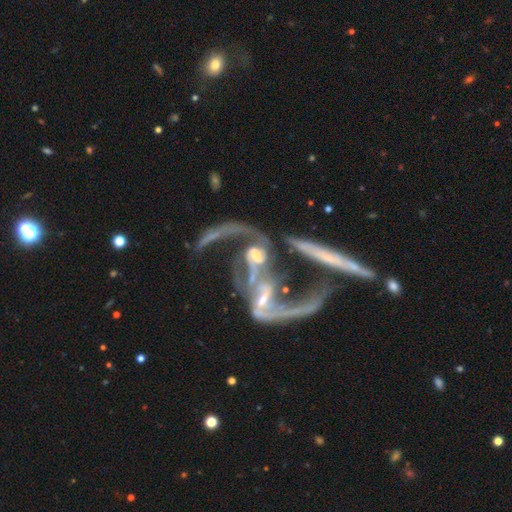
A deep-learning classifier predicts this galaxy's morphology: Smooth or featured? Predicted: featured or disk (p=0.77). Edge-on disk? Predicted: no (p=0.93). Bar? Predicted: no (p=0.57). Spiral arms? Predicted: yes (p=0.77). Spiral winding? Predicted: loose (p=0.68). Spiral arm count? Predicted: 2 (p=0.52). Bulge size? Predicted: moderate (p=0.48). Merging? Predicted: merger (p=0.73).